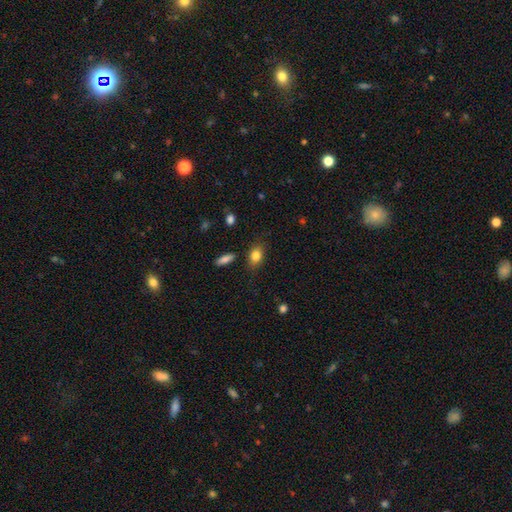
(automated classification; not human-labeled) smooth_or_featured: smooth (p=0.83) [alt: star or artifact p=0.09]
how_rounded: in between (p=0.73) [alt: round p=0.24]
merging: none (p=0.78) [alt: minor disturbance p=0.16]